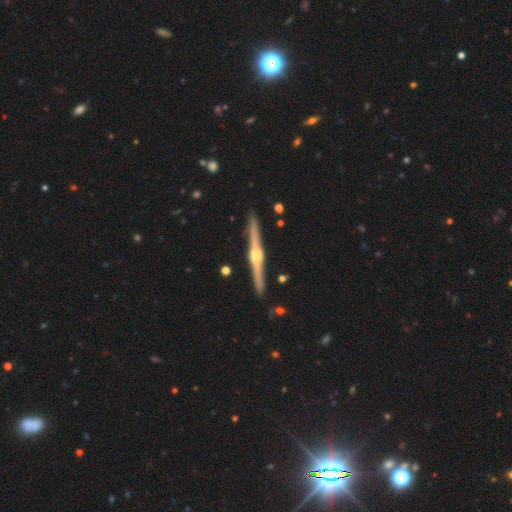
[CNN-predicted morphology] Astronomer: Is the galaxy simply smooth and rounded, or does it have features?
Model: featured or disk — 87%.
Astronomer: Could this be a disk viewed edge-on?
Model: yes — 99%.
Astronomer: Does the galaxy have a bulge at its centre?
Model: rounded — 92%.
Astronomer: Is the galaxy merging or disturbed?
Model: none — 92%.